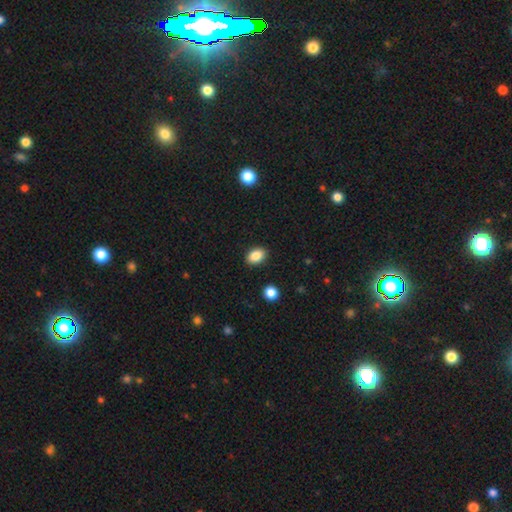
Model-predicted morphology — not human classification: A smooth galaxy with no disk features (86%) that is in between round and cigar-shaped (81%). Merging: none (89%).